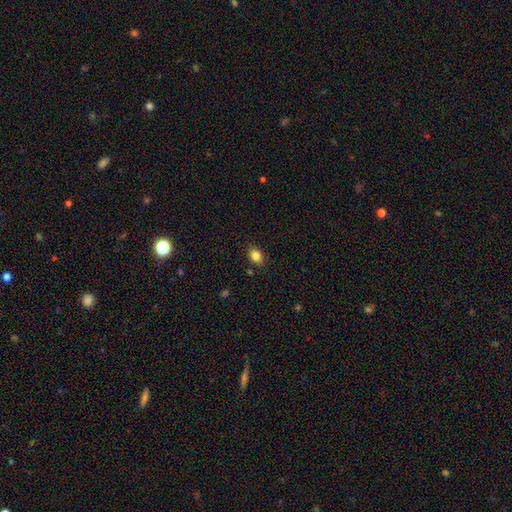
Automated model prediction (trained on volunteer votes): A smooth galaxy with no disk features (85%) that is in between round and cigar-shaped (73%). Merging: none (85%).